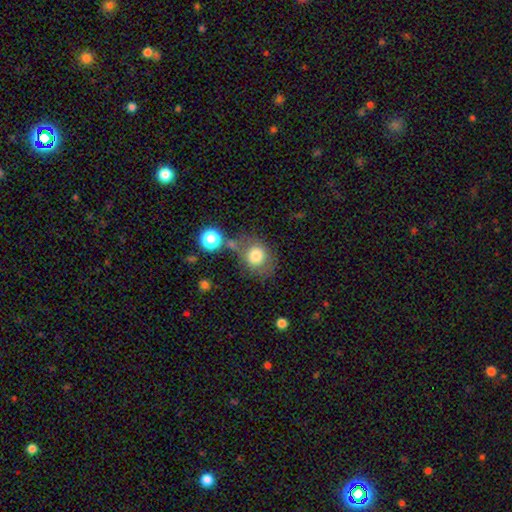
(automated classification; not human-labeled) Q: Smooth or featured?
A: smooth (78%); runner-up: featured or disk (12%)
Q: How rounded?
A: round (68%); runner-up: in between (31%)
Q: Merging?
A: none (55%); runner-up: minor disturbance (18%)